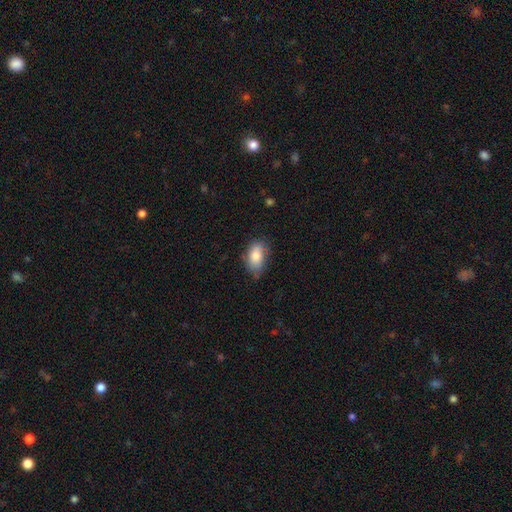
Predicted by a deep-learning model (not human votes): This appears to be a smooth galaxy with no disk features (83%) that is in between round and cigar-shaped (91%). Merging: none (62%).